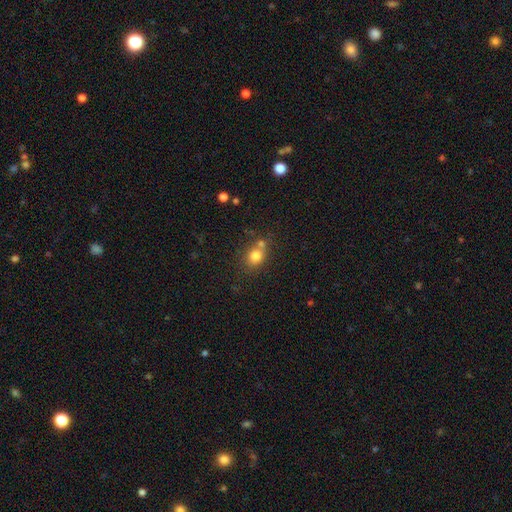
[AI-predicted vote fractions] smooth-or-featured: smooth: 79% | star or artifact: 12% | featured or disk: 9%
  how-rounded: round: 63% | in between: 36% | cigar-shaped: 1%
  merging: none: 54% | merger: 27% | minor disturbance: 14% | major disturbance: 5%